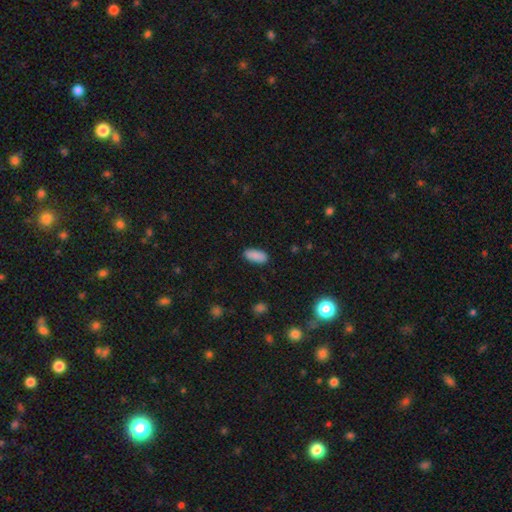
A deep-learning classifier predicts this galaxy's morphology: Q: Smooth or featured?
A: smooth (89%); runner-up: star or artifact (7%)
Q: How rounded?
A: in between (89%); runner-up: cigar-shaped (9%)
Q: Merging?
A: none (88%); runner-up: minor disturbance (9%)